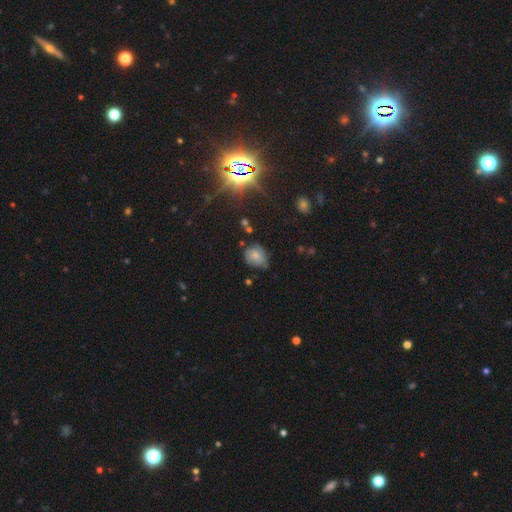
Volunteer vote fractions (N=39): Morphology: type=smooth (74%); roundness=round (62%); merging=minor disturbance (44%).